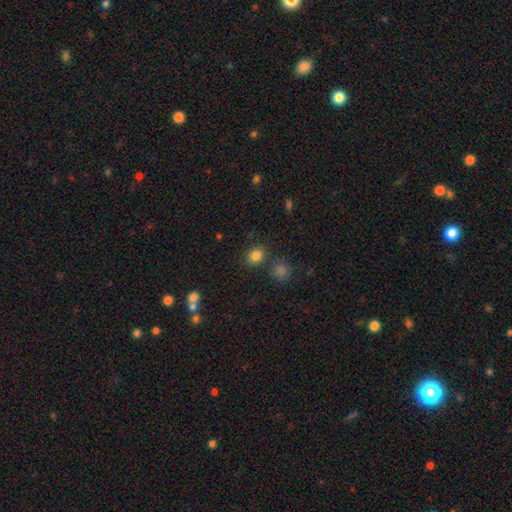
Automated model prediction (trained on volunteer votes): A smooth galaxy with no disk features (83%) that is round (68%).

Vote fractions:
- Smooth or featured? smooth: 83% / star or artifact: 12% / featured or disk: 5%
- How rounded? round: 68% / in between: 31% / cigar-shaped: 1%
- Merging? none: 82% / minor disturbance: 9% / merger: 6% / major disturbance: 3%